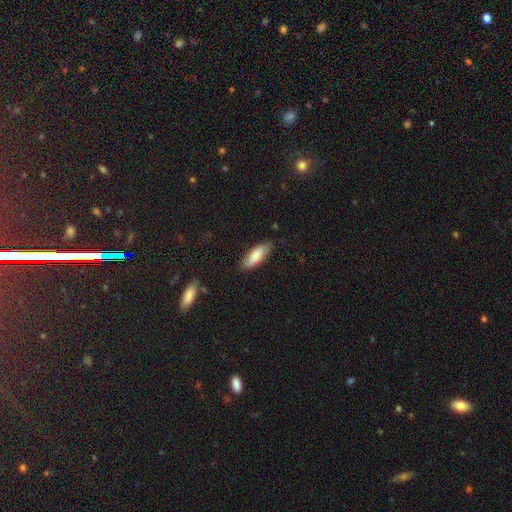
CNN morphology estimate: smooth 82%, featured or disk 12%, star or artifact 6%. Down the decision tree: how rounded — in between (65%); merging — none (80%).